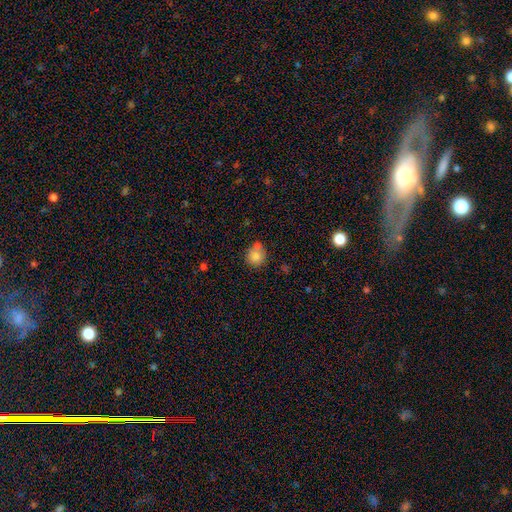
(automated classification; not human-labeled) The model was most divided on "merging": none: 60%, merger: 19%, minor disturbance: 16%, major disturbance: 4%. More confident: how rounded — round (85%); smooth or featured — smooth (82%).